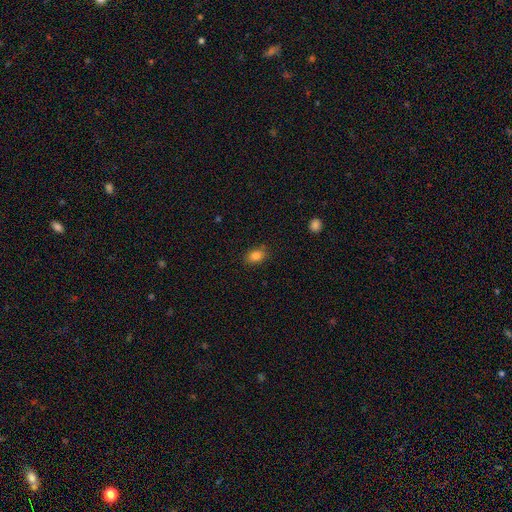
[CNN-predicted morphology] Q: Smooth or featured?
A: smooth (84%); runner-up: star or artifact (11%)
Q: How rounded?
A: in between (77%); runner-up: round (21%)
Q: Merging?
A: none (81%); runner-up: minor disturbance (13%)